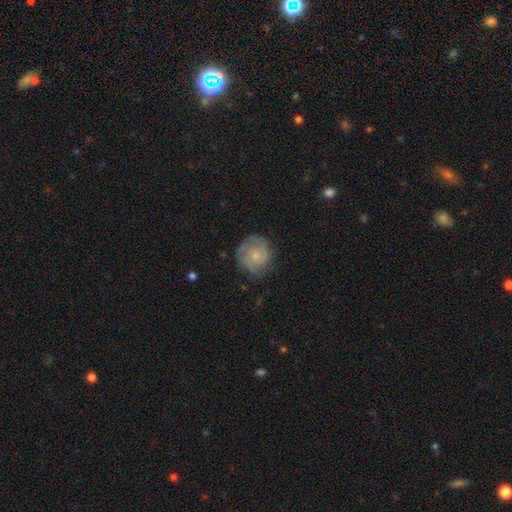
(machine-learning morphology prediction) featured or disk 58%, smooth 35%, star or artifact 7%. Down the decision tree: edge-on disk — no (98%); bar — no (76%); spiral arms — yes (87%); bulge size — small (62%); merging — none (72%).